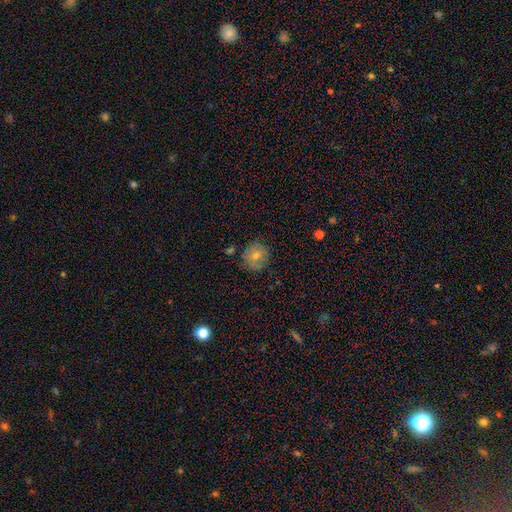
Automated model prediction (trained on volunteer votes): Q: Smooth or featured?
A: smooth (55%); runner-up: featured or disk (31%)
Q: How rounded?
A: round (89%); runner-up: in between (10%)
Q: Merging?
A: none (82%); runner-up: minor disturbance (13%)